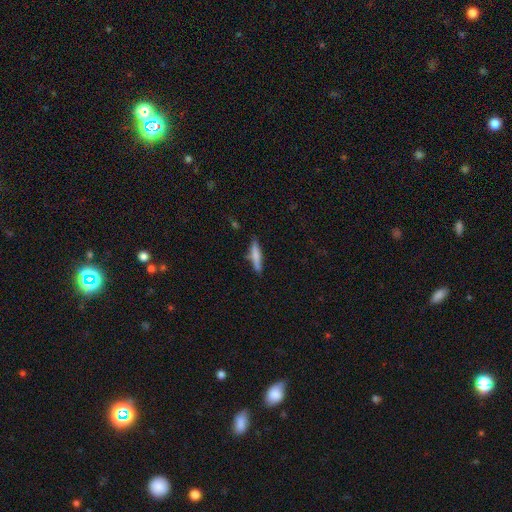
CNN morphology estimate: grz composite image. It shows a smooth galaxy with no disk features (70%) that is cigar-shaped (87%). Merging: none (77%).